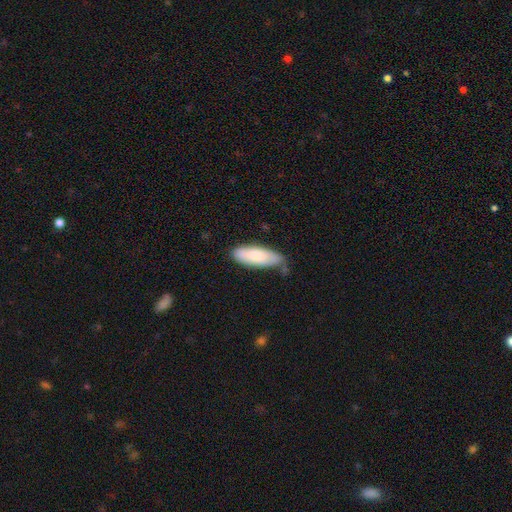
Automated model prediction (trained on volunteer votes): Smooth or featured: smooth — 79% (featured or disk — 15%)
How rounded: in between — 65% (cigar-shaped — 33%)
Merging: none — 61% (minor disturbance — 29%)